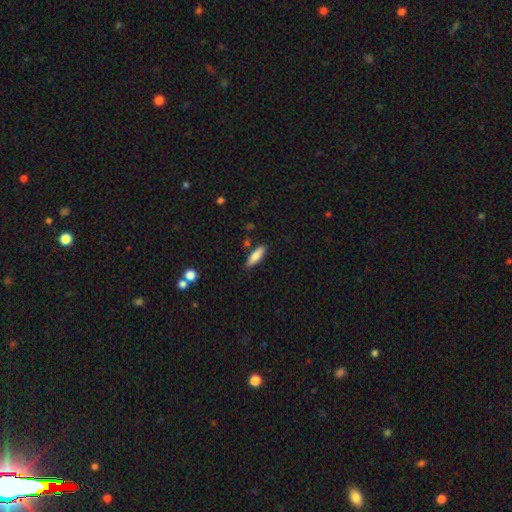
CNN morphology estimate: The model was most divided on "how rounded": cigar-shaped: 50%, in between: 48%, round: 2%. More confident: smooth or featured — smooth (81%); merging — none (81%).